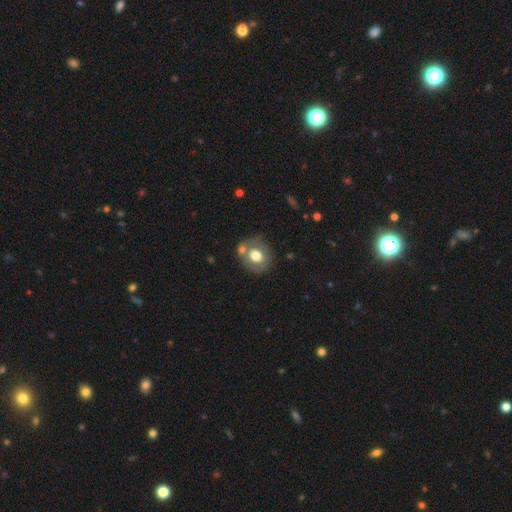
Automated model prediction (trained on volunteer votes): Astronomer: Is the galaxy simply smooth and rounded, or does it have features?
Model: smooth — 62%.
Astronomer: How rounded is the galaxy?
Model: round — 73%.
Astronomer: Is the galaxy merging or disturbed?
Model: none — 66%.